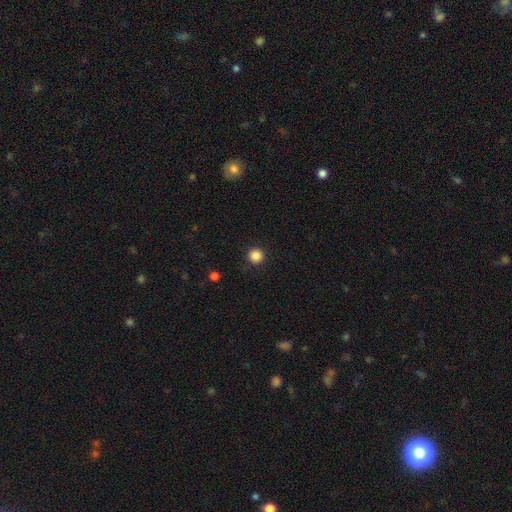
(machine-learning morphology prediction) Smooth or featured? Predicted: smooth (p=0.86). How rounded? Predicted: round (p=0.96). Merging? Predicted: none (p=0.92).